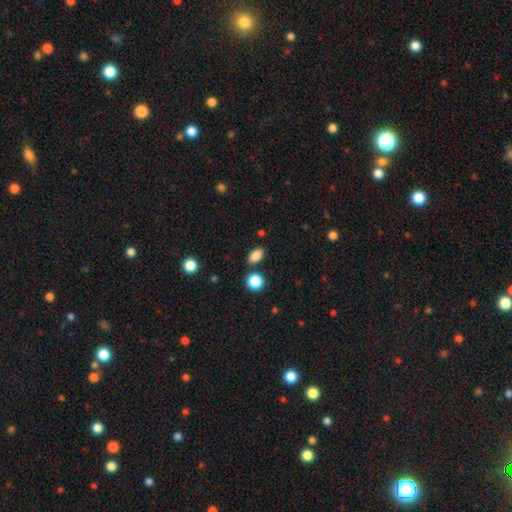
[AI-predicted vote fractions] smooth 85%, star or artifact 10%, featured or disk 5%. Down the decision tree: how rounded — in between (85%); merging — none (83%).